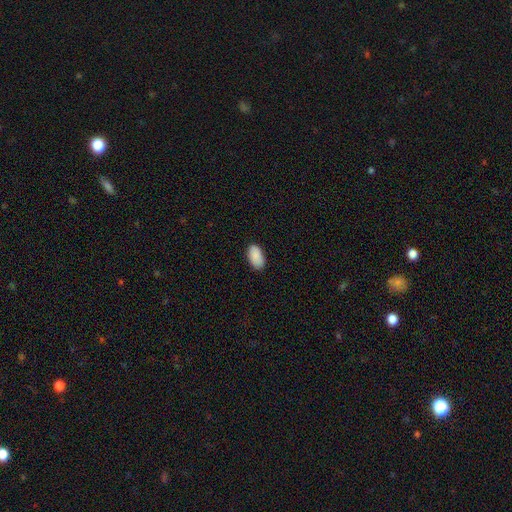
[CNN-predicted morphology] This appears to be a smooth galaxy with no disk features (90%) that is in between round and cigar-shaped (95%). Merging: none (86%).